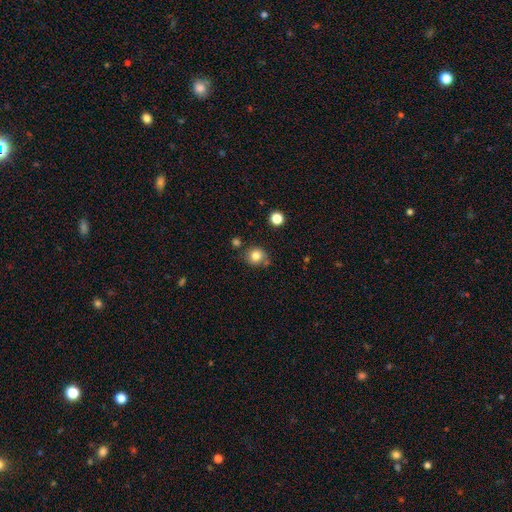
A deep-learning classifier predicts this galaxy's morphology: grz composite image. It shows a smooth galaxy with no disk features (81%) that is round (86%). Merging: none (72%).